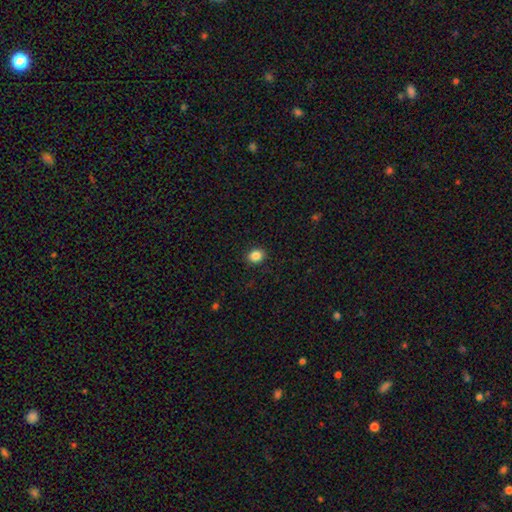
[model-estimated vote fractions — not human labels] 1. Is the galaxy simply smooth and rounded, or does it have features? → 86% smooth, 10% star or artifact, 4% featured or disk.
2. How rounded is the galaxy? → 62% round, 37% in between, 1% cigar-shaped.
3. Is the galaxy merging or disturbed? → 91% none, 7% minor disturbance, 2% major disturbance, 1% merger.